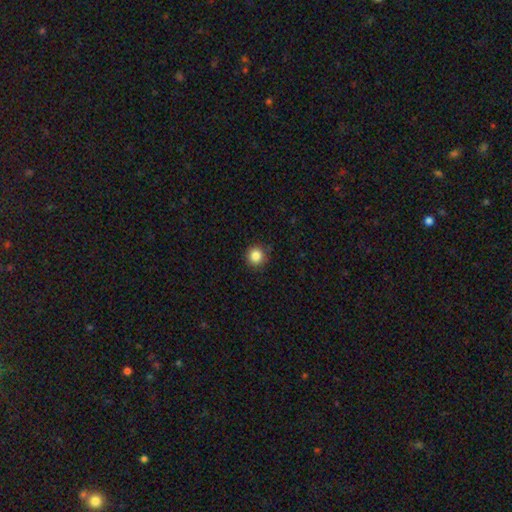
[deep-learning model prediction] smooth-or-featured: smooth: 86% | star or artifact: 10% | featured or disk: 4%
  how-rounded: round: 94% | in between: 6% | cigar-shaped: 1%
  merging: none: 90% | minor disturbance: 7% | major disturbance: 2% | merger: 1%